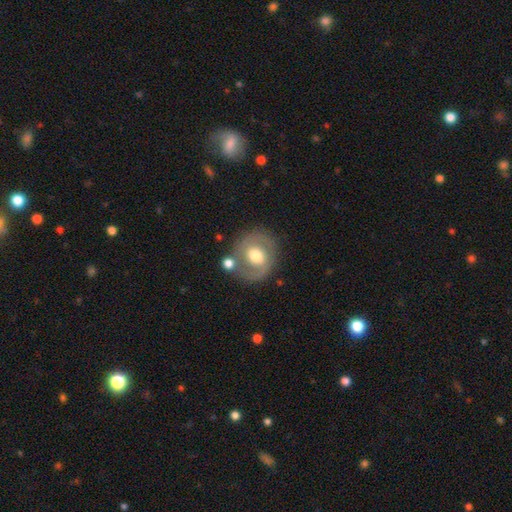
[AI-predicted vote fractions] Q: Smooth or featured?
A: featured or disk (52%); runner-up: smooth (41%)
Q: Edge-on disk?
A: no (96%); runner-up: yes (4%)
Q: Merging?
A: none (67%); runner-up: minor disturbance (15%)